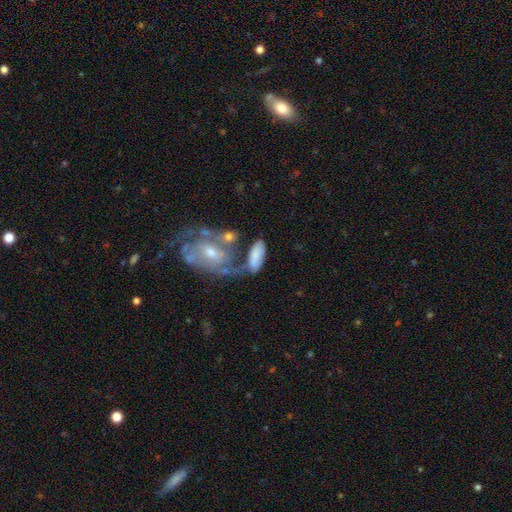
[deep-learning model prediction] This is likely a smooth galaxy (69%). How rounded: clearly in between (82%). Merging: marginally none (36%).